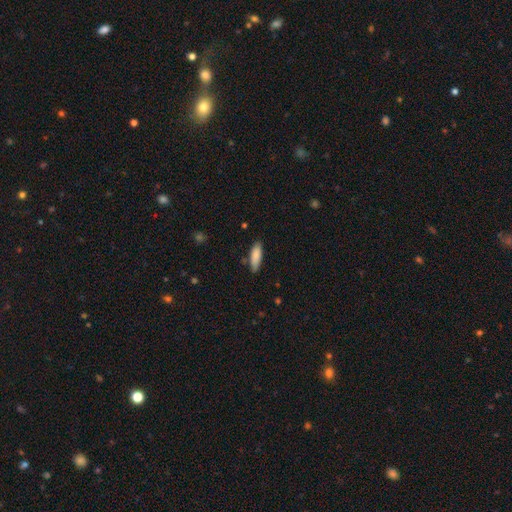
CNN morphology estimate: type=smooth (86%); roundness=in between (52%); merging=none (80%).